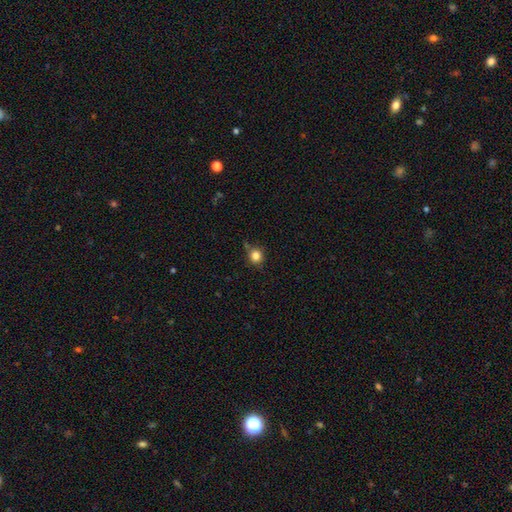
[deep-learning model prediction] Smooth or featured? Predicted: smooth (p=0.82). How rounded? Predicted: round (p=0.89). Merging? Predicted: none (p=0.72).